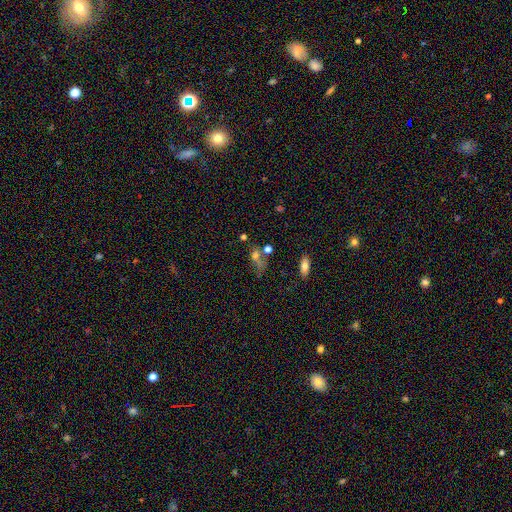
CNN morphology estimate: smooth 57%, featured or disk 23%, star or artifact 20%. Down the decision tree: how rounded — in between (55%); merging — merger (33%, tied with none).